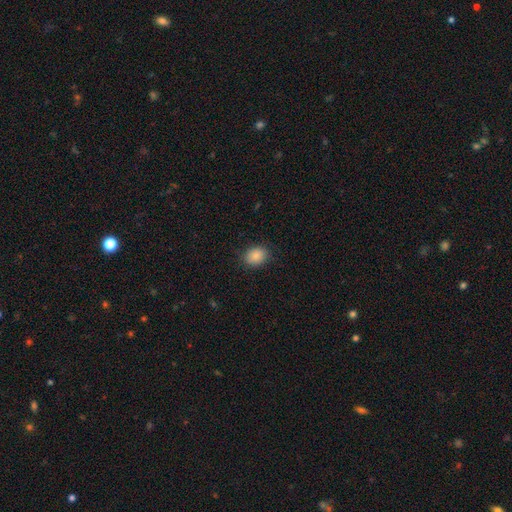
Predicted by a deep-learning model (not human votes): Smooth or featured: smooth — 87% (star or artifact — 9%)
How rounded: in between — 55% (round — 44%)
Merging: none — 85% (minor disturbance — 11%)